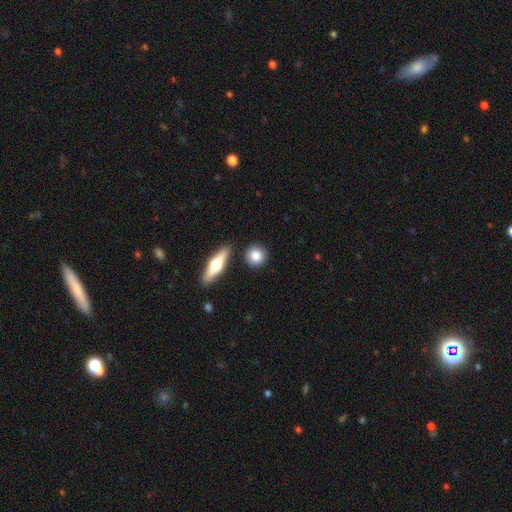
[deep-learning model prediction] smooth_or_featured: smooth (p=0.81) [alt: featured or disk p=0.12]
how_rounded: round (p=0.80) [alt: in between p=0.16]
merging: none (p=0.85) [alt: minor disturbance p=0.08]